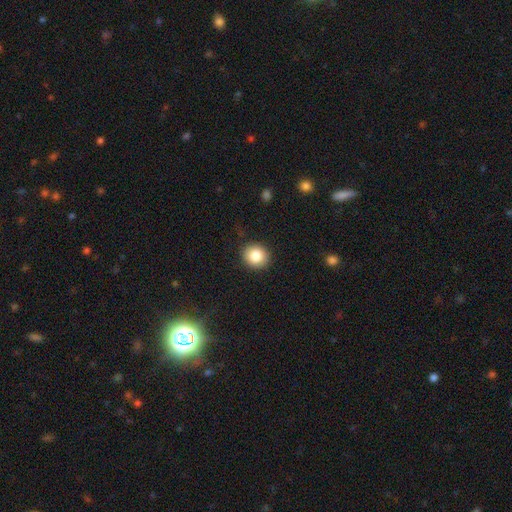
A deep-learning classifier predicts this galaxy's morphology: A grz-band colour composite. It shows a smooth galaxy with no disk features (84%) that is round (83%). Merging: none (90%).